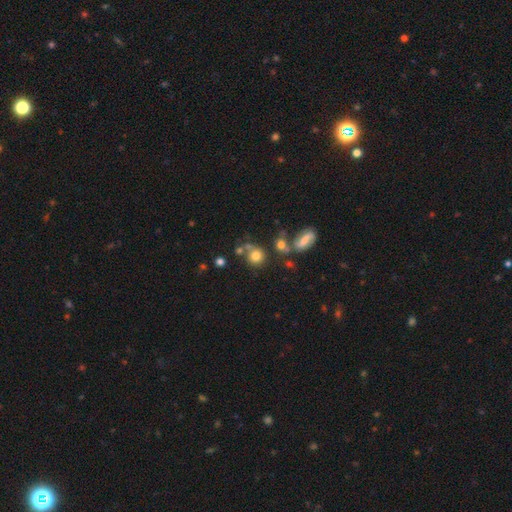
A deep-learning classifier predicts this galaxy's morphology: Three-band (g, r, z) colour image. It shows a smooth galaxy with no disk features (75%) that is round (82%). Merging: none (55%).